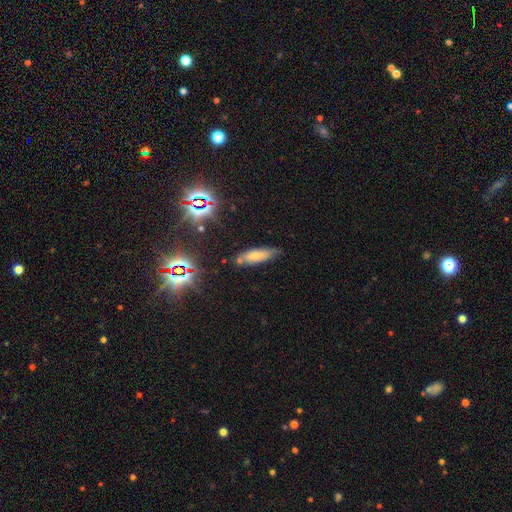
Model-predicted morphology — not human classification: Smooth or featured? smooth (70%)
How rounded? in between (52%)
Merging? none (69%)